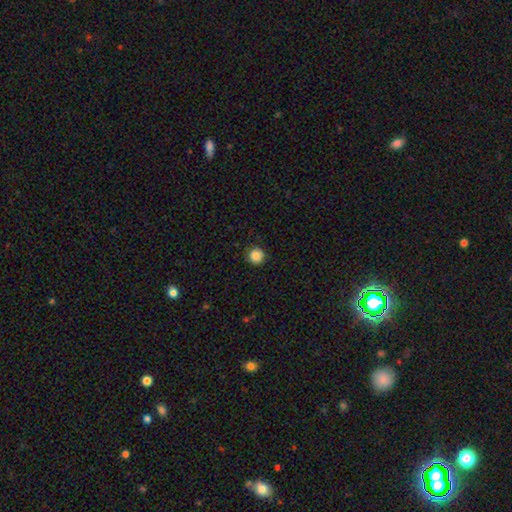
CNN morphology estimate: The model was most divided on "smooth or featured": smooth: 86%, star or artifact: 10%, featured or disk: 4%. More confident: how rounded — round (95%); merging — none (91%).